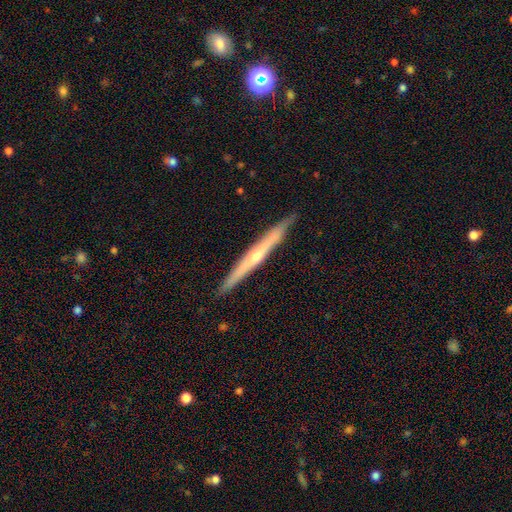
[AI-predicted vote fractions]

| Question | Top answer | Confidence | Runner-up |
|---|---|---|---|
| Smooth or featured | featured or disk | 63% | smooth (32%) |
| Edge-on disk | yes | 97% | no (3%) |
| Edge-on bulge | rounded | 59% | none (37%) |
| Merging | none | 89% | minor disturbance (8%) |